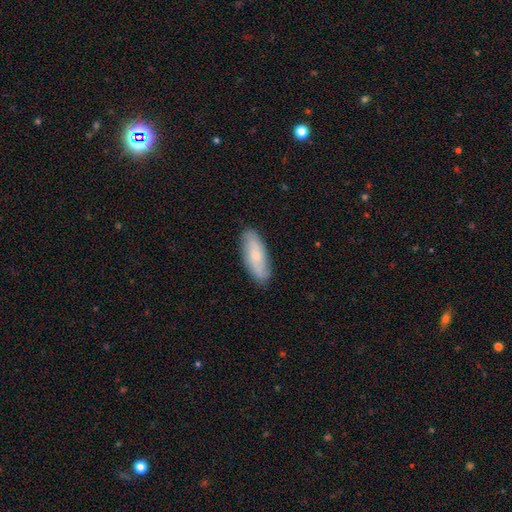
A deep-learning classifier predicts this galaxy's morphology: smooth 65%, featured or disk 29%, star or artifact 6%. Down the decision tree: how rounded — in between (68%); merging — none (86%).